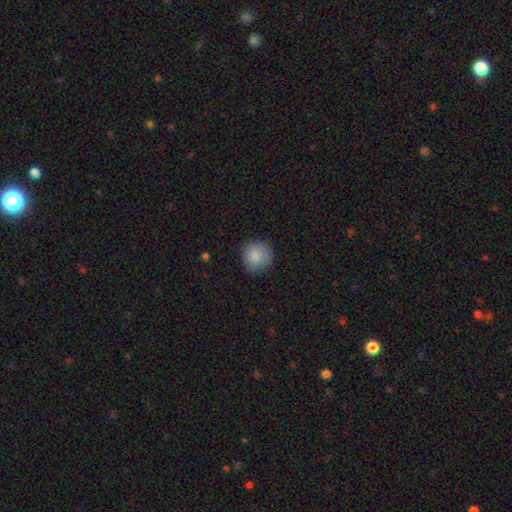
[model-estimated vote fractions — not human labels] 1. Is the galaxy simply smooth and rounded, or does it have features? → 85% smooth, 8% featured or disk, 8% star or artifact.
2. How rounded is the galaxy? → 90% round, 9% in between, 1% cigar-shaped.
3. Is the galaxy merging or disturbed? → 78% none, 17% minor disturbance, 4% major disturbance, 1% merger.